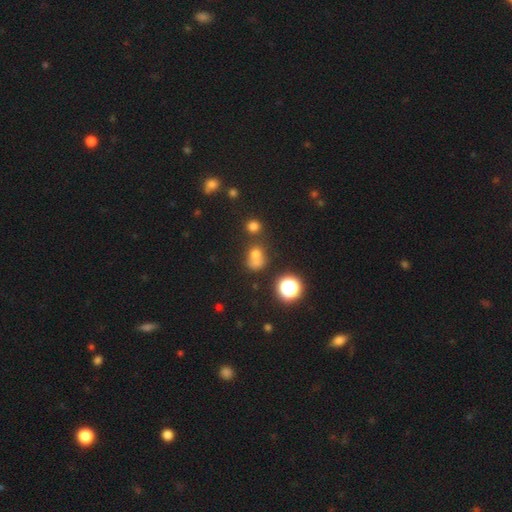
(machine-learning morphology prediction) smooth 62%, star or artifact 27%, featured or disk 12%. Down the decision tree: how rounded — round (73%); merging — none (46%).